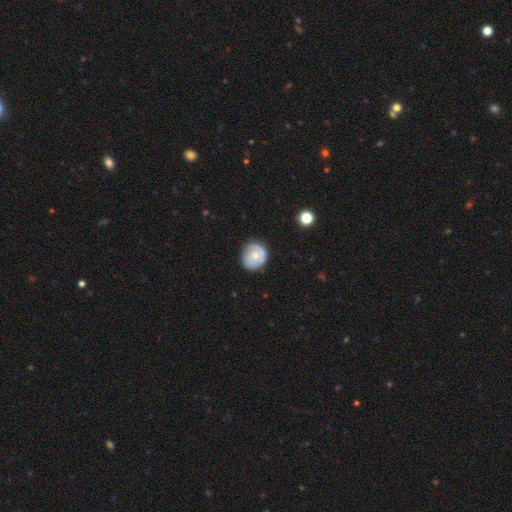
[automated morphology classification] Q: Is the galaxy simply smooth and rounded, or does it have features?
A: smooth — 51%.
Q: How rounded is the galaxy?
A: round — 81%.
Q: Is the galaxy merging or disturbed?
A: none — 69%.